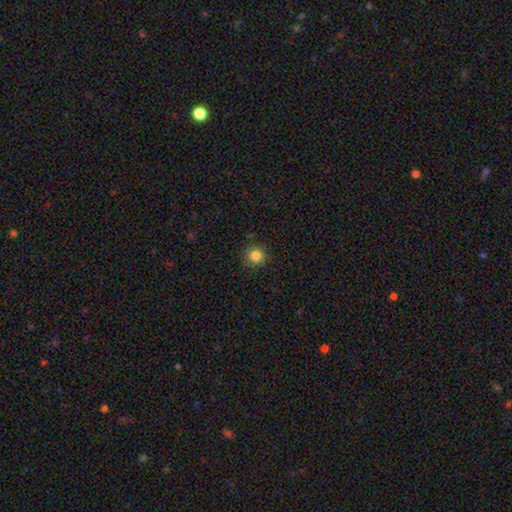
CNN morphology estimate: Q: Smooth or featured?
A: smooth (84%); runner-up: star or artifact (12%)
Q: How rounded?
A: round (93%); runner-up: in between (6%)
Q: Merging?
A: none (89%); runner-up: minor disturbance (8%)